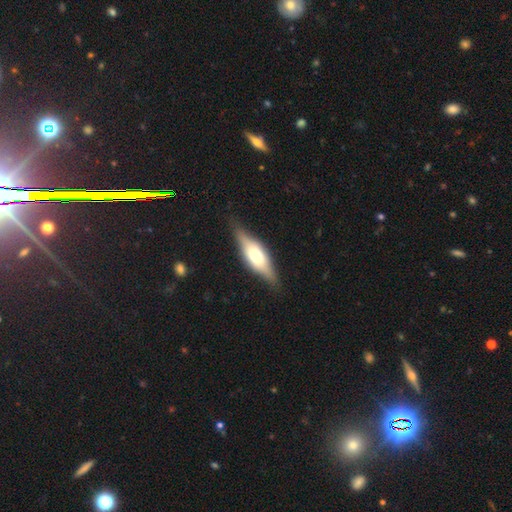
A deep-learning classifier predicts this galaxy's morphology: This appears to be a featured or disk galaxy (56%) viewed edge-on (90%) with a rounded central bulge (84%). Merging: none (81%).